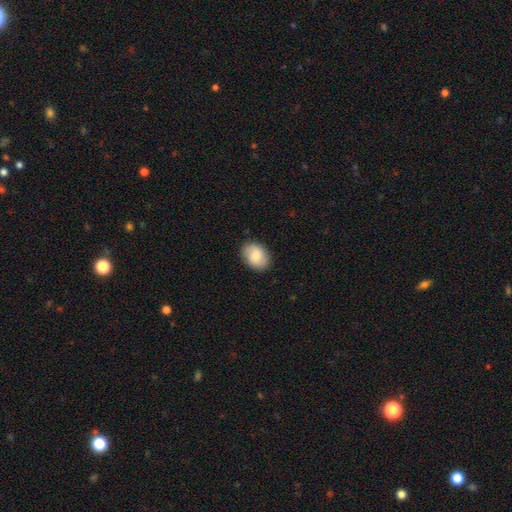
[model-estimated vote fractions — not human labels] A smooth galaxy with no disk features (75%) that is in between round and cigar-shaped (73%).

Vote fractions:
- Smooth or featured? smooth: 75% / featured or disk: 18% / star or artifact: 7%
- How rounded? in between: 73% / round: 26% / cigar-shaped: 1%
- Merging? none: 85% / minor disturbance: 11% / major disturbance: 3% / merger: 1%